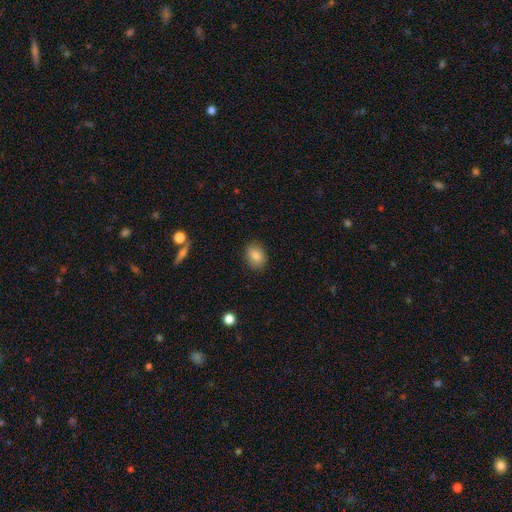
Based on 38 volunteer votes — Smooth or featured? smooth (97%)
How rounded? in between (62%)
Merging? none (84%)